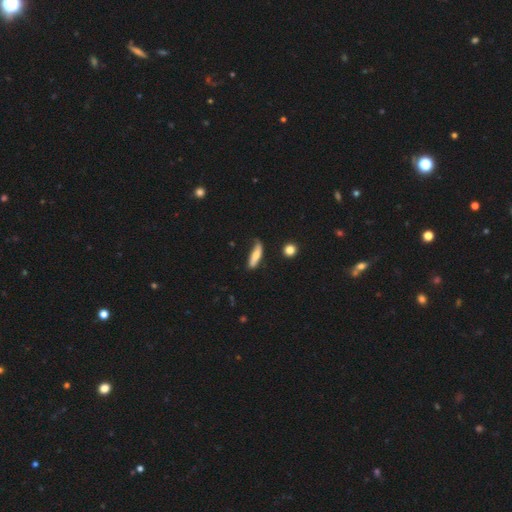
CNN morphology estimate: This appears to be a smooth galaxy with no disk features (71%) that is cigar-shaped (70%). Merging: none (58%).